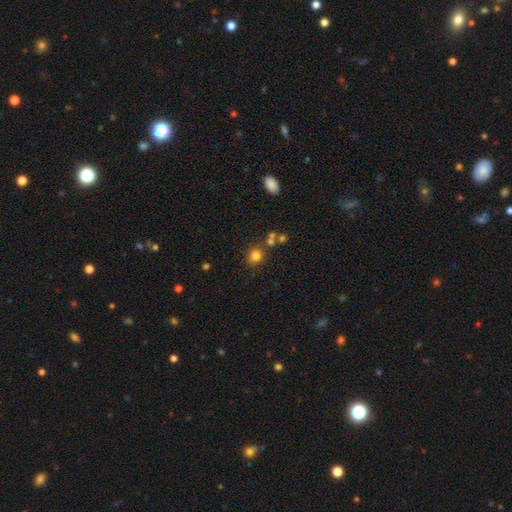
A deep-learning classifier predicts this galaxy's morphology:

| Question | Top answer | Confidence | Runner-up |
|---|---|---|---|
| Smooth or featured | smooth | 78% | star or artifact (14%) |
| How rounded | round | 78% | in between (21%) |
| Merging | none | 72% | merger (12%) |